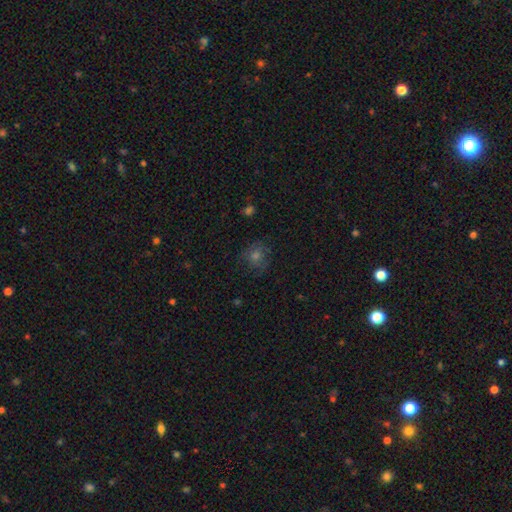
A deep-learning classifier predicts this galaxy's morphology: smooth_or_featured: smooth (p=0.55) [alt: star or artifact p=0.28]
how_rounded: round (p=0.83) [alt: in between p=0.16]
merging: none (p=0.78) [alt: minor disturbance p=0.15]